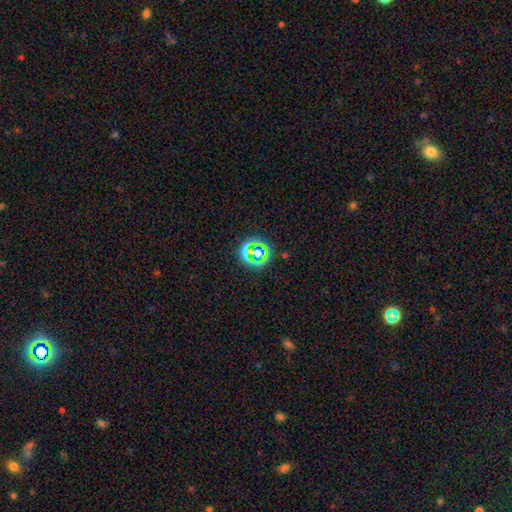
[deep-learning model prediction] Smooth or featured: star or artifact — 61% (smooth — 27%)